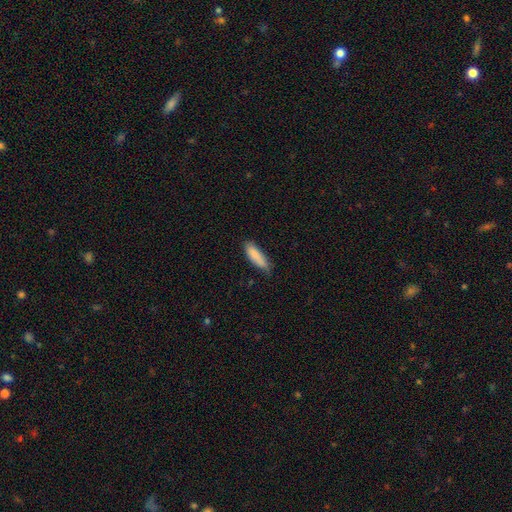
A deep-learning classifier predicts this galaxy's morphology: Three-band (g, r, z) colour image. It shows a smooth galaxy with no disk features (87%) that is cigar-shaped (51%). Merging: none (76%).